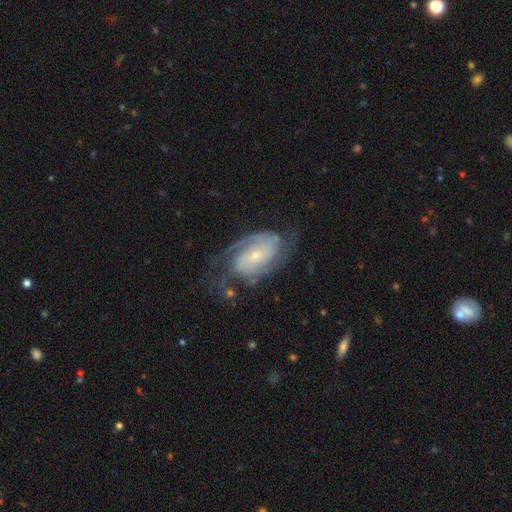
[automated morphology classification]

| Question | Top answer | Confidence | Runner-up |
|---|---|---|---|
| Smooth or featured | featured or disk | 88% | smooth (7%) |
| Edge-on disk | no | 97% | yes (3%) |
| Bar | no | 59% | weak (31%) |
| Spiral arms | yes | 96% | no (4%) |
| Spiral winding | tight | 48% | medium (41%) |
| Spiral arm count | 2 | 63% | can't tell (14%) |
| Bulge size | small | 70% | moderate (24%) |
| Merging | none | 64% | minor disturbance (20%) |